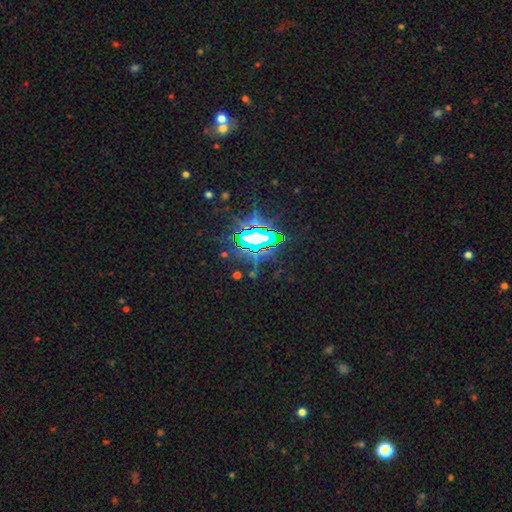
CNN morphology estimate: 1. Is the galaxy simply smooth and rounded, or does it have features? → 81% star or artifact, 10% featured or disk, 9% smooth.